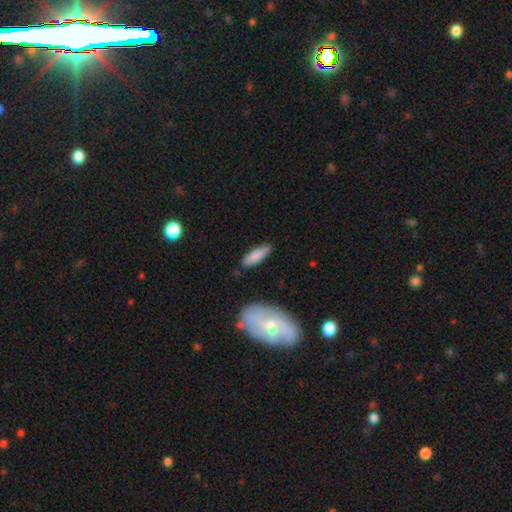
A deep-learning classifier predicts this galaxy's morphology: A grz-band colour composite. It shows a smooth galaxy with no disk features (83%) that is cigar-shaped (59%). Merging: none (84%).